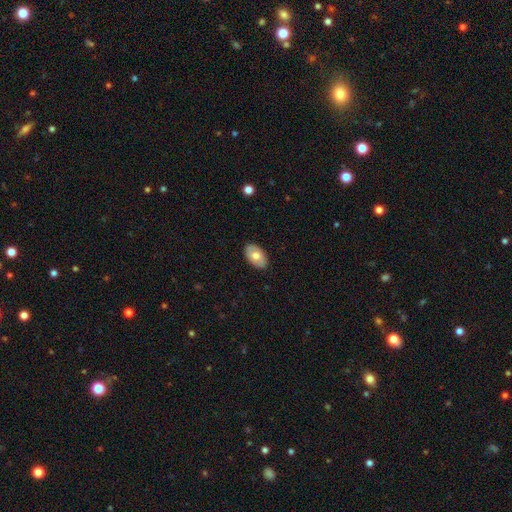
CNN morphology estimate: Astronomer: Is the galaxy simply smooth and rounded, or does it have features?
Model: smooth — 69%.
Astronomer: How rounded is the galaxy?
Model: in between — 93%.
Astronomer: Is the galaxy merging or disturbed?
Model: none — 86%.